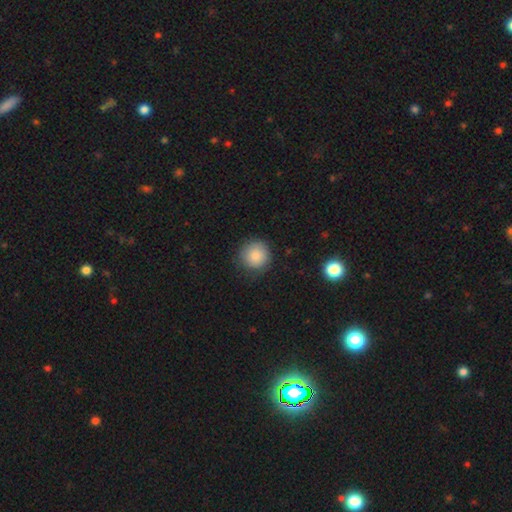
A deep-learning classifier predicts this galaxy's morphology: A smooth galaxy with no disk features (86%) that is round (94%). Merging: none (84%).